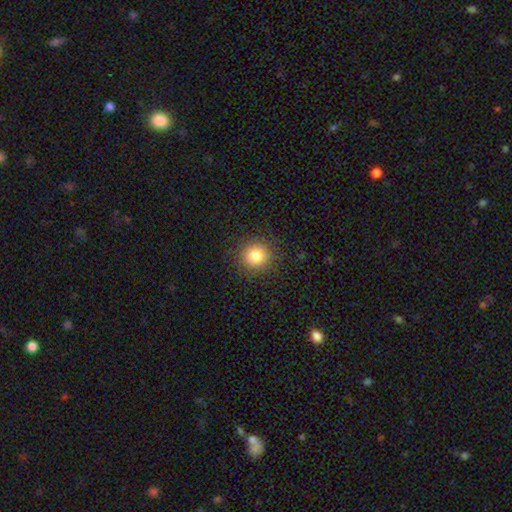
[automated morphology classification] smooth-or-featured: smooth: 82% | star or artifact: 12% | featured or disk: 6%
  how-rounded: round: 92% | in between: 7% | cigar-shaped: 1%
  merging: none: 90% | minor disturbance: 7% | major disturbance: 3% | merger: 1%